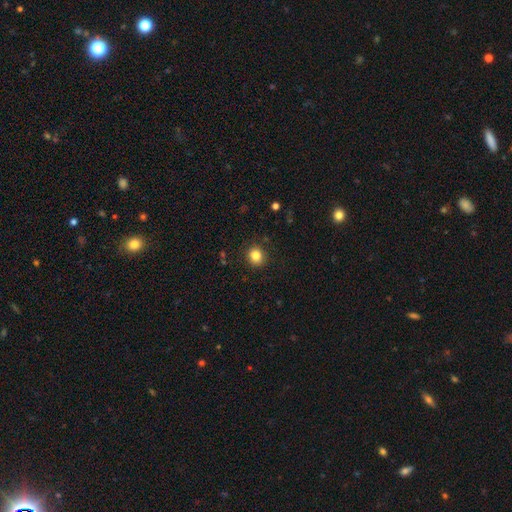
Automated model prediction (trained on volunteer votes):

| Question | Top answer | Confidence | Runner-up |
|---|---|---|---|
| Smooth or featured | smooth | 84% | star or artifact (11%) |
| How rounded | round | 84% | in between (15%) |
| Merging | none | 89% | minor disturbance (7%) |